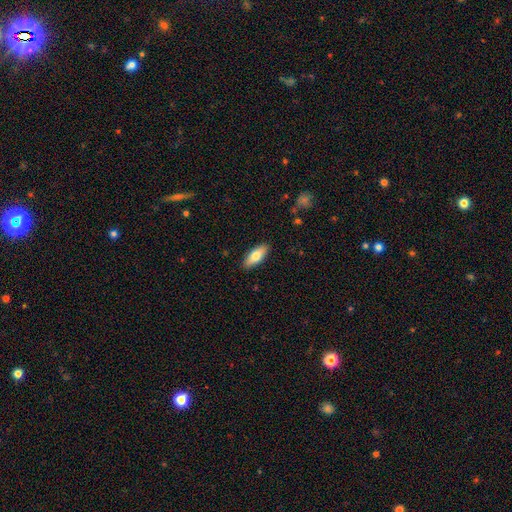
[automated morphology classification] Smooth or featured: smooth — 76% (featured or disk — 18%)
How rounded: in between — 77% (cigar-shaped — 21%)
Merging: none — 89% (minor disturbance — 8%)